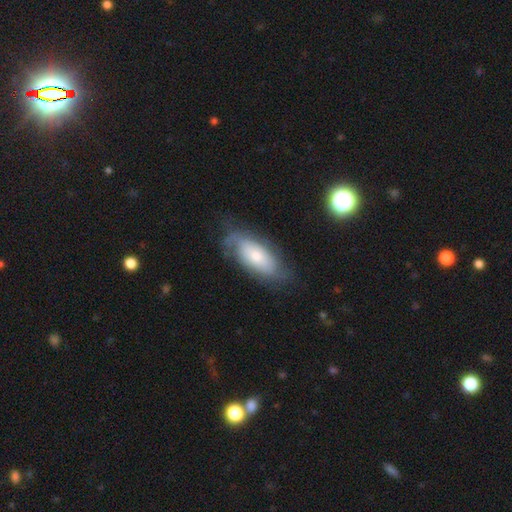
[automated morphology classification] Smooth or featured: featured or disk — 52% (smooth — 41%)
Edge-on disk: no — 85% (yes — 15%)
Merging: none — 63% (minor disturbance — 24%)